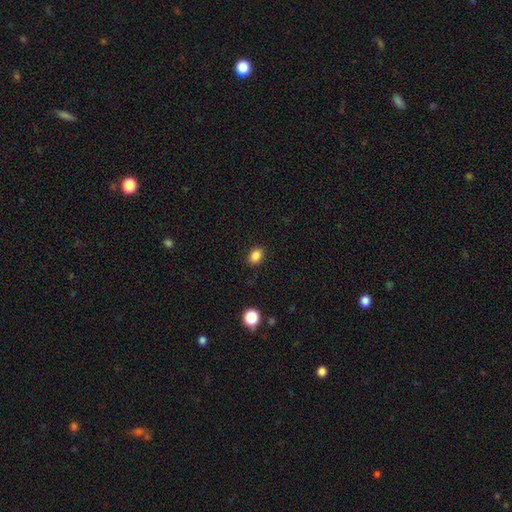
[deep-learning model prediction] Smooth or featured?
  - smooth: 86% *
  - star or artifact: 11%
  - featured or disk: 3%
How rounded?
  - in between: 66% *
  - round: 33%
  - cigar-shaped: 1%
Merging?
  - none: 88% *
  - minor disturbance: 9%
  - major disturbance: 2%
  - merger: 1%